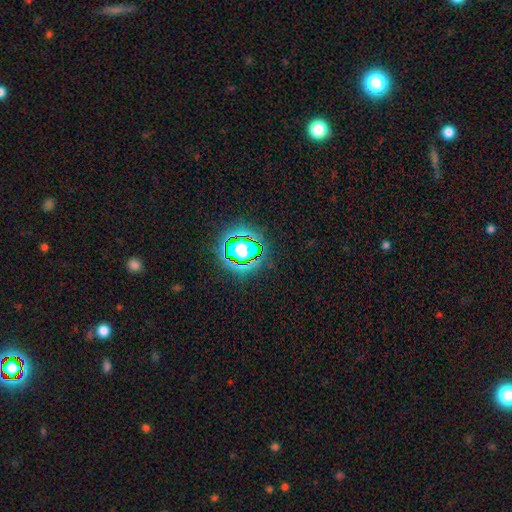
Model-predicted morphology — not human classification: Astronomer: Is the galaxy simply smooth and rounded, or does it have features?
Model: star or artifact — 78%.